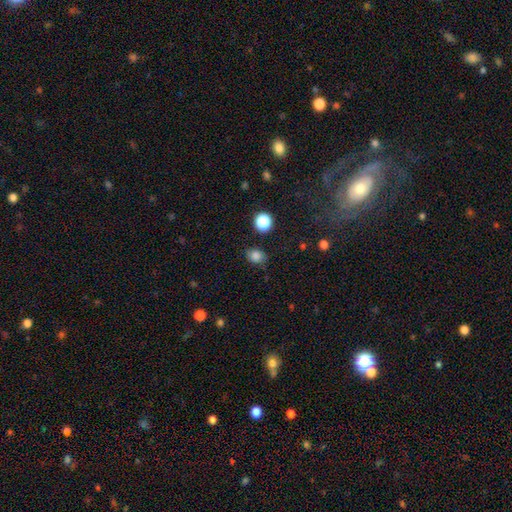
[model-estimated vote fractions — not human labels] smooth_or_featured: smooth (p=0.82) [alt: star or artifact p=0.13]
how_rounded: round (p=0.53) [alt: in between p=0.46]
merging: none (p=0.78) [alt: minor disturbance p=0.16]